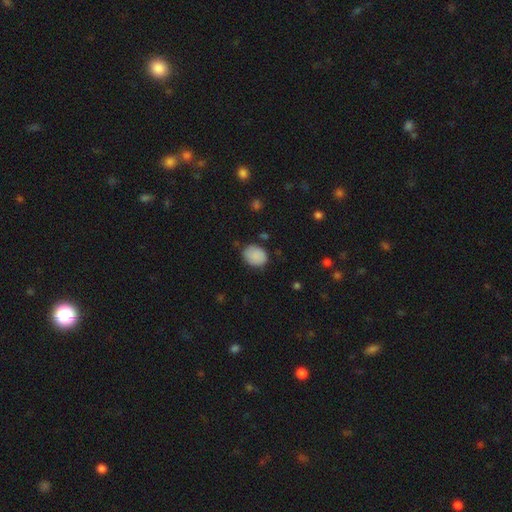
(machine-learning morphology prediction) Overall: smooth (88%). How rounded: round (51%; in between 48%). Merging: none (77%).